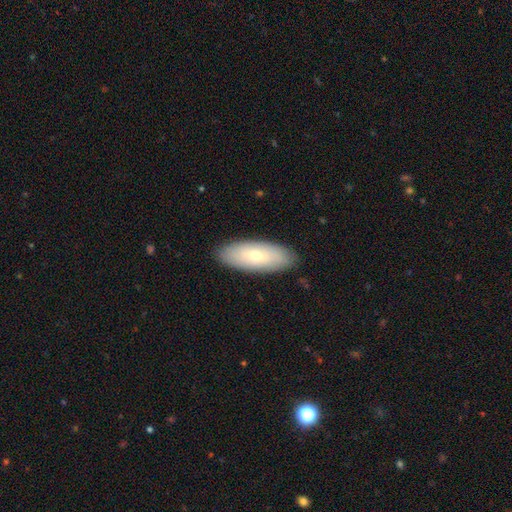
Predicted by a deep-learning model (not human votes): This appears to be a smooth galaxy with no disk features (61%) that is in between round and cigar-shaped (74%). Merging: none (88%).